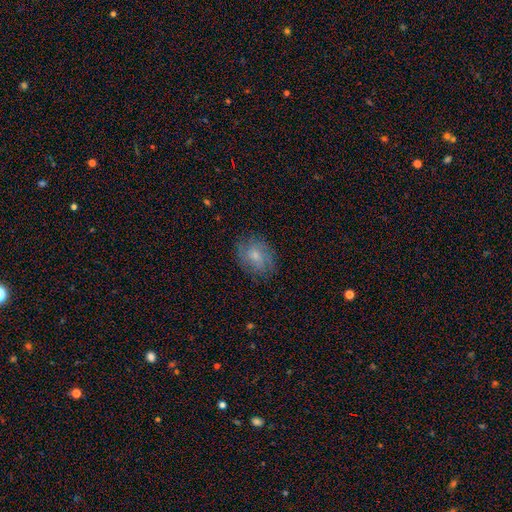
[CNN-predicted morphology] Smooth or featured?
  - smooth: 56% *
  - featured or disk: 35%
  - star or artifact: 9%
How rounded?
  - in between: 57% *
  - round: 41%
  - cigar-shaped: 1%
Merging?
  - none: 76% *
  - minor disturbance: 17%
  - major disturbance: 6%
  - merger: 1%